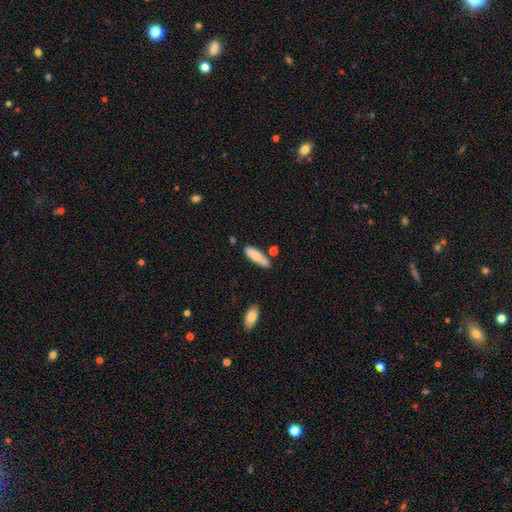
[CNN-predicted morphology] Smooth or featured?
  - smooth: 82% *
  - featured or disk: 11%
  - star or artifact: 6%
How rounded?
  - in between: 50% *
  - cigar-shaped: 48%
  - round: 2%
Merging?
  - none: 67% *
  - minor disturbance: 19%
  - merger: 11%
  - major disturbance: 4%